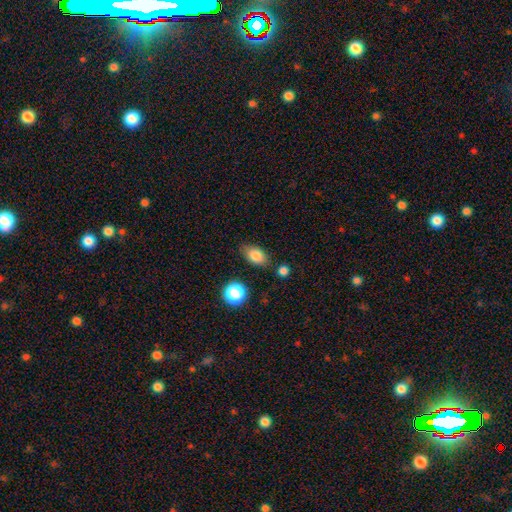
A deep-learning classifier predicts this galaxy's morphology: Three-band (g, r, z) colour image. It shows a smooth galaxy with no disk features (83%) that is in between round and cigar-shaped (85%). Merging: none (78%).